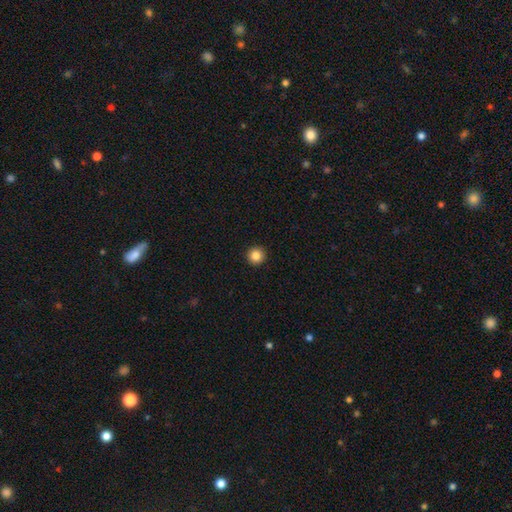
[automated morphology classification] Smooth or featured? Predicted: smooth (p=0.85). How rounded? Predicted: round (p=0.96). Merging? Predicted: none (p=0.94).